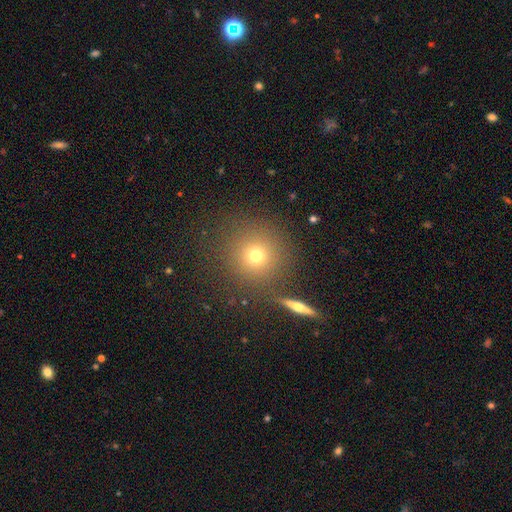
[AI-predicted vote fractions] Overall: smooth (70%). How rounded: round (93%). Merging: none (84%).